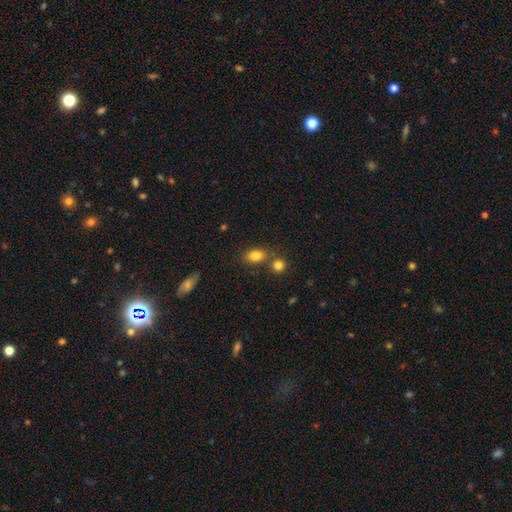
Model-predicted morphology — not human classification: This appears to be a smooth galaxy with no disk features (82%) that is in between round and cigar-shaped (75%). Merging: none (62%).